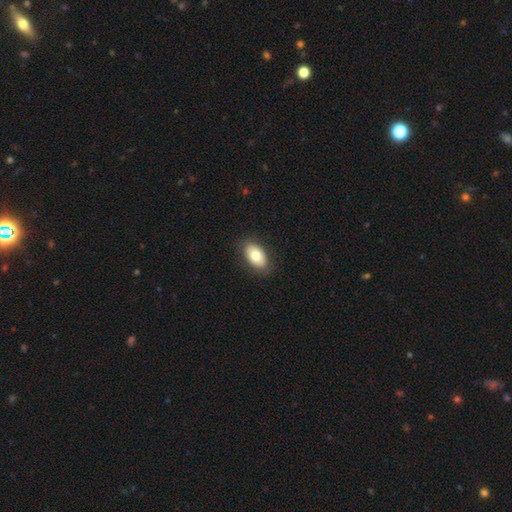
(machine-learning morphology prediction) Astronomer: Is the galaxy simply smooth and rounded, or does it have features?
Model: smooth — 76%.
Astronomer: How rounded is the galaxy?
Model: in between — 92%.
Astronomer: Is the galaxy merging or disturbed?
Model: none — 86%.